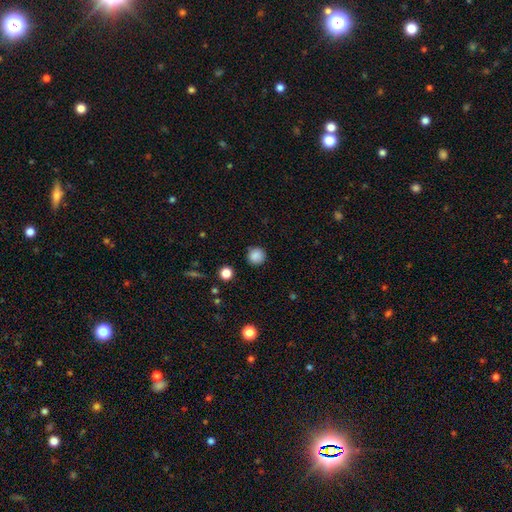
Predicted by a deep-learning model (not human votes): The model was most divided on "smooth or featured": smooth: 86%, star or artifact: 10%, featured or disk: 4%. More confident: how rounded — round (94%); merging — none (88%).